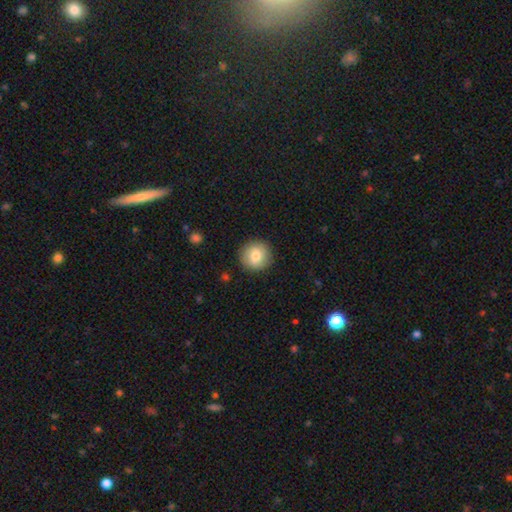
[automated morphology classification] smooth 80%, featured or disk 13%, star or artifact 8%. Down the decision tree: how rounded — round (93%); merging — none (89%).